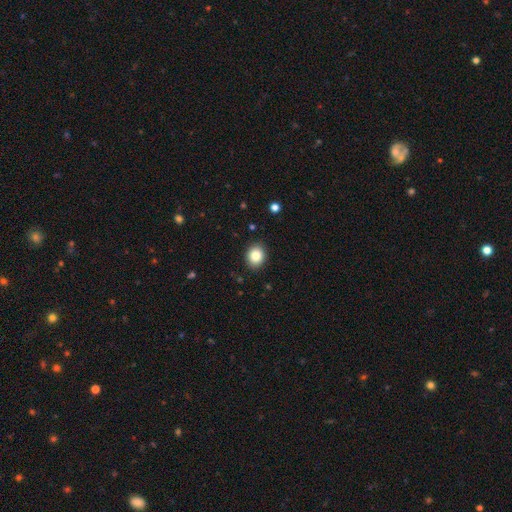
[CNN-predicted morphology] smooth-or-featured: smooth: 85% | star or artifact: 9% | featured or disk: 6%
  how-rounded: round: 62% | in between: 37% | cigar-shaped: 1%
  merging: none: 89% | minor disturbance: 8% | major disturbance: 2% | merger: 1%